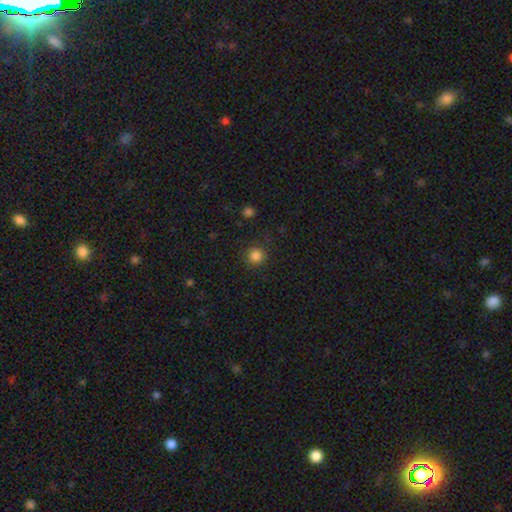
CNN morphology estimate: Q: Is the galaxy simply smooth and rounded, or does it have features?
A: smooth — 84%.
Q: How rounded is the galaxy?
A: round — 94%.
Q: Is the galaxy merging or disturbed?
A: none — 87%.